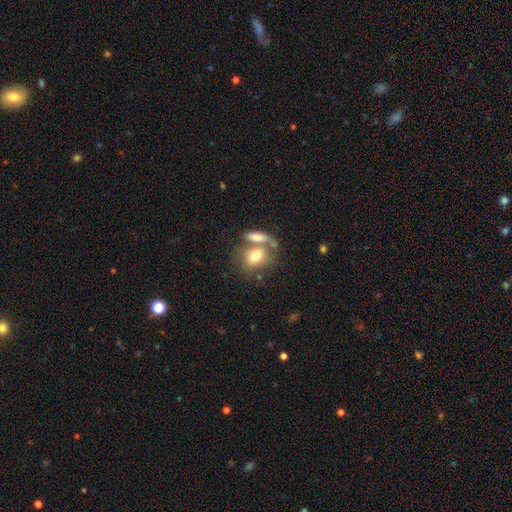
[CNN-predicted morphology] Q: Smooth or featured?
A: smooth (74%); runner-up: featured or disk (18%)
Q: How rounded?
A: in between (70%); runner-up: round (26%)
Q: Merging?
A: merger (44%); runner-up: none (39%)